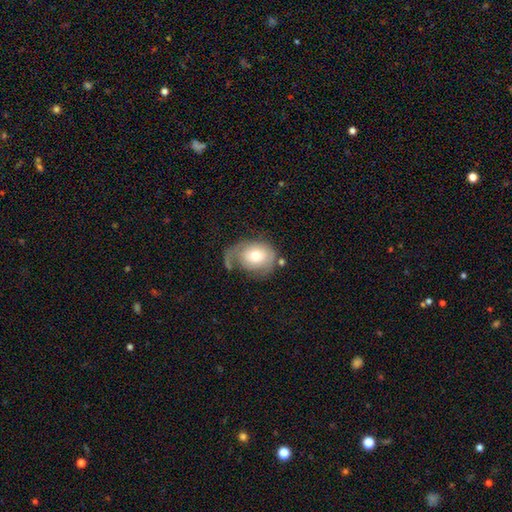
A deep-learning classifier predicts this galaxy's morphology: Smooth or featured: smooth — 54% (featured or disk — 39%)
How rounded: in between — 54% (round — 45%)
Merging: major disturbance — 33% (tied with none — 33%)